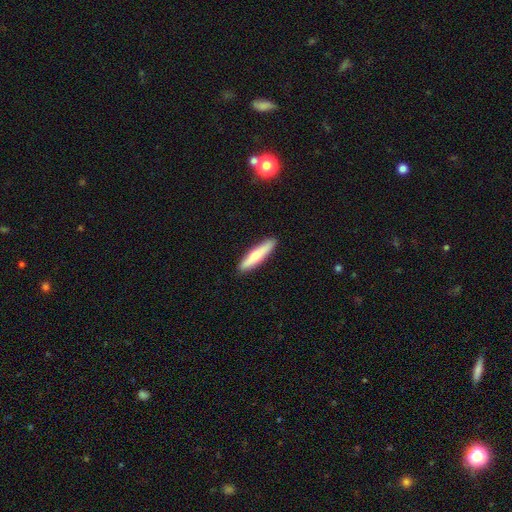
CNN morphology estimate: This is likely a smooth galaxy (65%). How rounded: clearly cigar-shaped (86%). Merging: clearly none (90%).